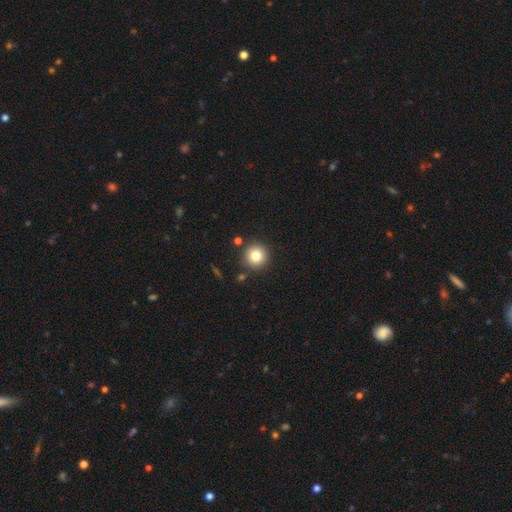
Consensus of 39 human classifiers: Volunteers were most divided on "smooth or featured": smooth: 79%, featured or disk: 13%, star or artifact: 8%. More confident: how rounded — round (100%); merging — none (92%).